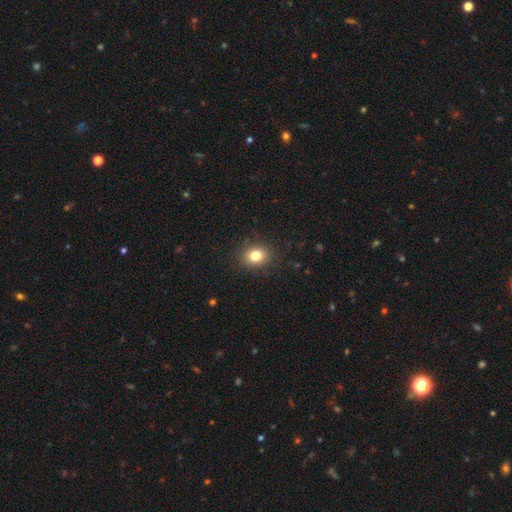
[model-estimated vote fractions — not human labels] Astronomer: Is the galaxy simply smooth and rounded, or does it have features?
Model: smooth — 82%.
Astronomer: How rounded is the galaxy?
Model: round — 54% (runner-up: in between, 45%).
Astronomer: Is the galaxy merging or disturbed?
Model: none — 88%.